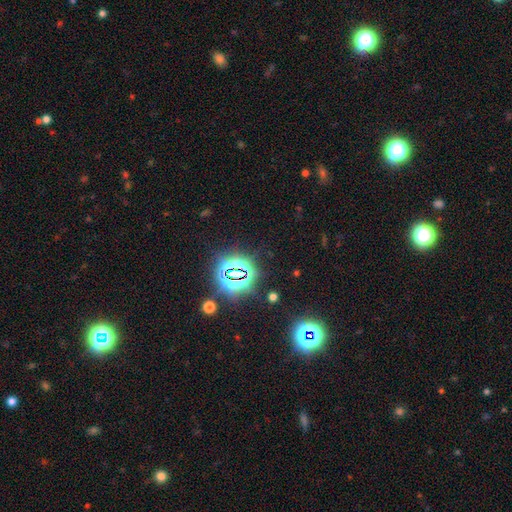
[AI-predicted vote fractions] This appears to be a star or artifact, not a galaxy (79%).